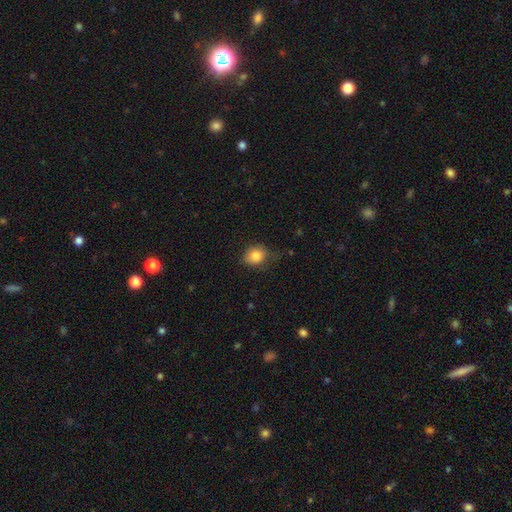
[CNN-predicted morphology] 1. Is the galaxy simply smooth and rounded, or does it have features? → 84% smooth, 9% star or artifact, 7% featured or disk.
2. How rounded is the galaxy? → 57% round, 42% in between, 1% cigar-shaped.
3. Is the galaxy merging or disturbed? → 64% none, 27% minor disturbance, 7% major disturbance, 1% merger.